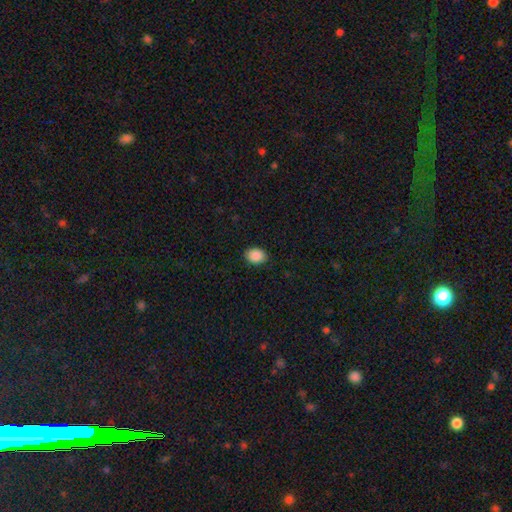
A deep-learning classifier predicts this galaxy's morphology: Q: Smooth or featured?
A: smooth (89%); runner-up: star or artifact (8%)
Q: How rounded?
A: in between (65%); runner-up: round (34%)
Q: Merging?
A: none (89%); runner-up: minor disturbance (8%)